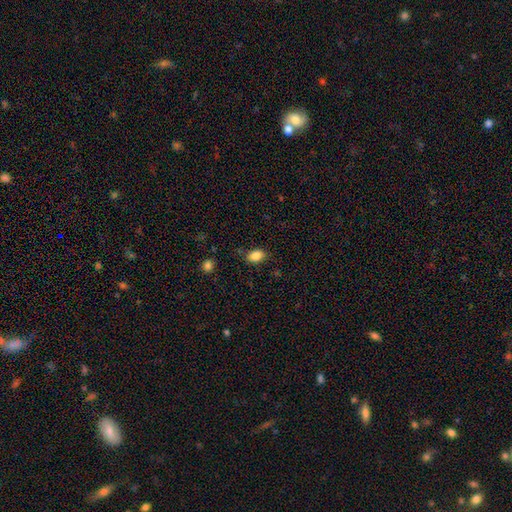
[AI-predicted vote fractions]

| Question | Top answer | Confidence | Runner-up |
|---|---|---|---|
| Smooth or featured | smooth | 86% | star or artifact (9%) |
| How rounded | in between | 81% | round (18%) |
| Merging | none | 79% | minor disturbance (15%) |